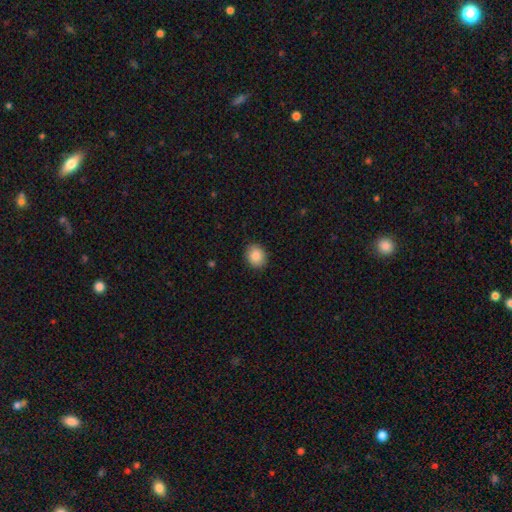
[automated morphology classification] smooth_or_featured: smooth (p=0.86) [alt: star or artifact p=0.08]
how_rounded: round (p=0.56) [alt: in between p=0.43]
merging: none (p=0.89) [alt: minor disturbance p=0.08]